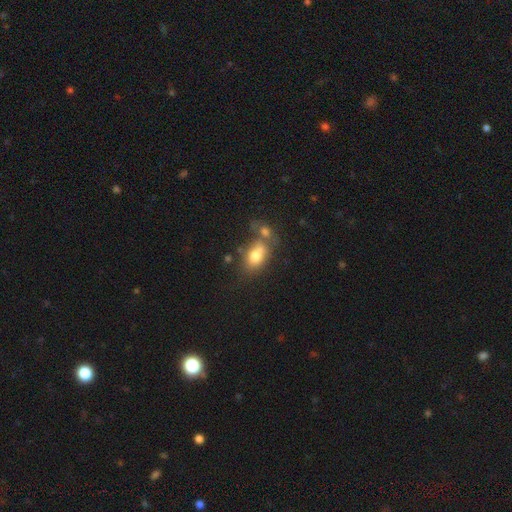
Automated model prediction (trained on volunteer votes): A smooth galaxy with no disk features (74%) that is in between round and cigar-shaped (80%).

Vote fractions:
- Smooth or featured? smooth: 74% / featured or disk: 16% / star or artifact: 9%
- How rounded? in between: 80% / round: 18% / cigar-shaped: 2%
- Merging? merger: 40% / none: 37% / minor disturbance: 15% / major disturbance: 8%